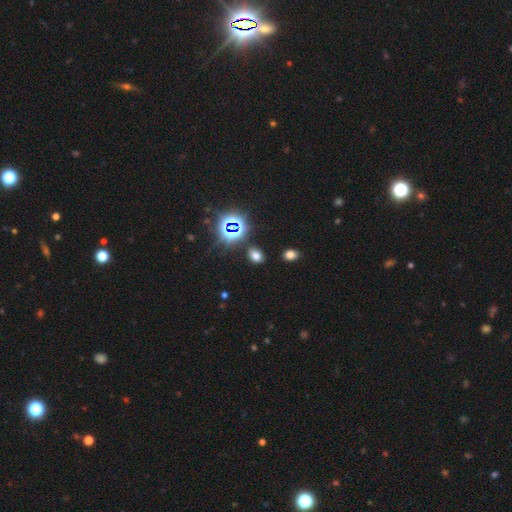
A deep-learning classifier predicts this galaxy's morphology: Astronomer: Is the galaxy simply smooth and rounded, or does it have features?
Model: smooth — 63%.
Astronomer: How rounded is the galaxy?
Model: in between — 63%.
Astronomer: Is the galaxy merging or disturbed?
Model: none — 83%.